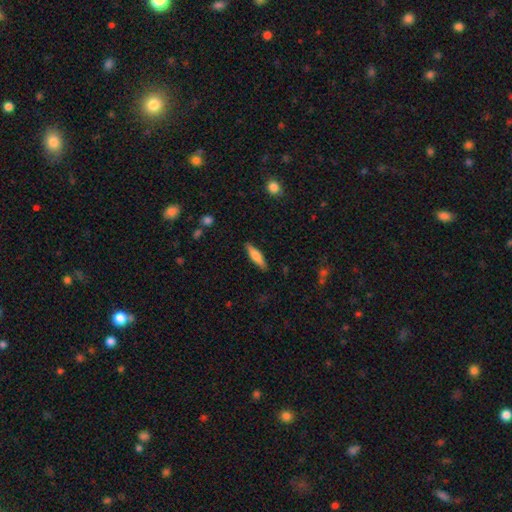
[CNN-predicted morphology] Q: Smooth or featured?
A: smooth (69%); runner-up: featured or disk (25%)
Q: How rounded?
A: cigar-shaped (72%); runner-up: in between (26%)
Q: Merging?
A: none (87%); runner-up: minor disturbance (9%)